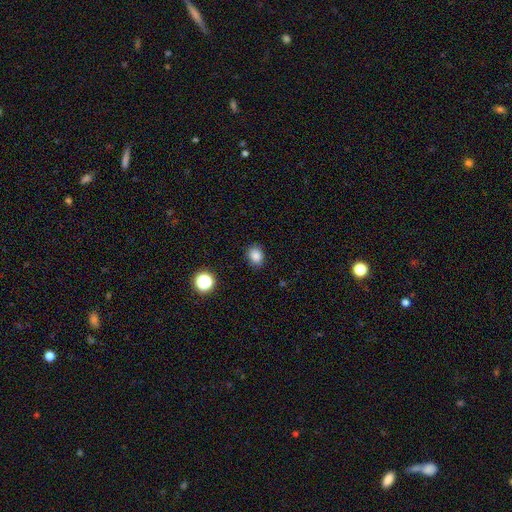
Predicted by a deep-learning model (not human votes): Smooth or featured?
  - smooth: 84% *
  - star or artifact: 12%
  - featured or disk: 4%
How rounded?
  - round: 50% *
  - in between: 49%
  - cigar-shaped: 1%
Merging?
  - none: 86% *
  - minor disturbance: 10%
  - major disturbance: 3%
  - merger: 1%